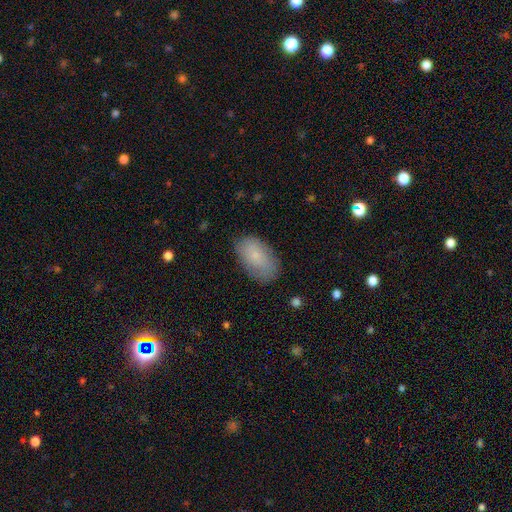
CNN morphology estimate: Smooth or featured? Predicted: smooth (p=0.75). How rounded? Predicted: in between (p=0.93). Merging? Predicted: none (p=0.76).